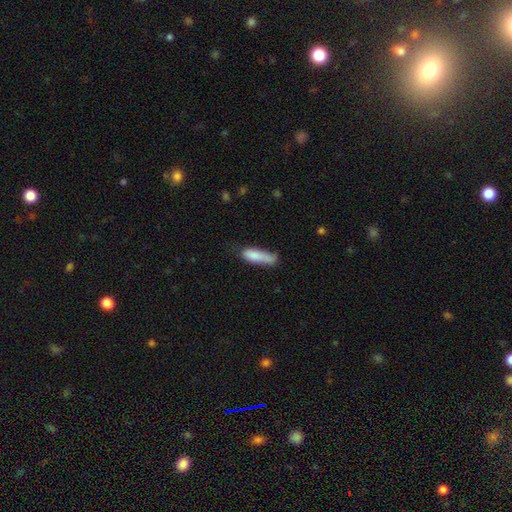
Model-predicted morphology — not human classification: The model was most divided on "merging": none: 42%, minor disturbance: 35%, major disturbance: 15%, merger: 7%. More confident: smooth or featured — smooth (81%); how rounded — cigar-shaped (61%).